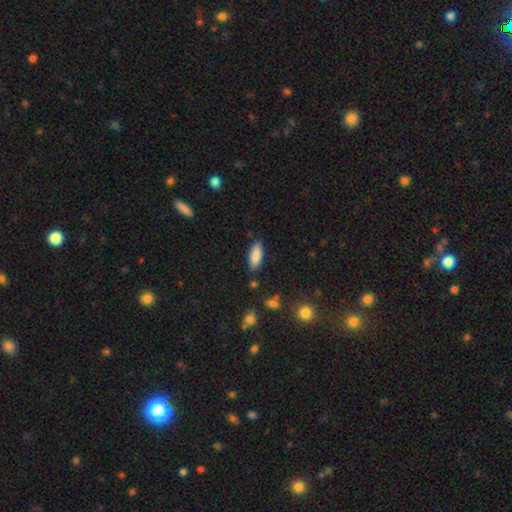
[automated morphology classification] Smooth or featured?
  - smooth: 87% *
  - featured or disk: 6%
  - star or artifact: 6%
How rounded?
  - in between: 75% *
  - cigar-shaped: 24%
  - round: 2%
Merging?
  - none: 84% *
  - minor disturbance: 12%
  - major disturbance: 2%
  - merger: 2%